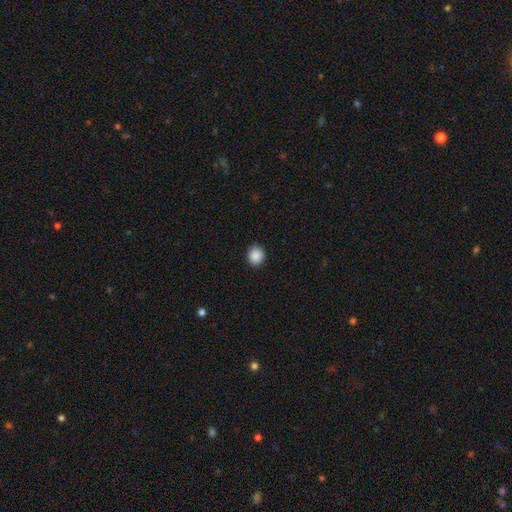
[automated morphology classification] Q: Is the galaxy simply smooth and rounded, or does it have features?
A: smooth — 89%.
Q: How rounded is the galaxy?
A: round — 82%.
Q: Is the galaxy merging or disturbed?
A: none — 91%.